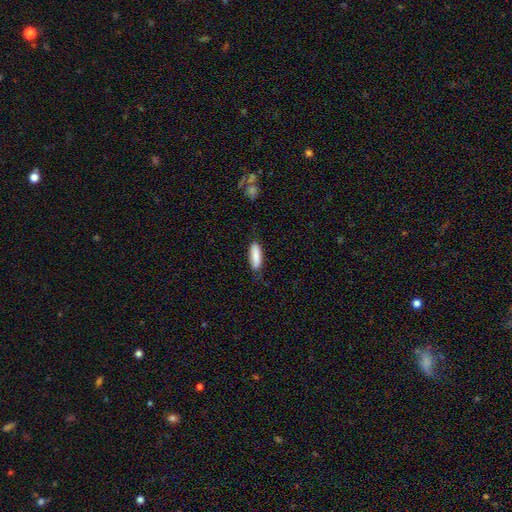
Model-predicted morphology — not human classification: Q: Smooth or featured?
A: smooth (85%); runner-up: featured or disk (10%)
Q: How rounded?
A: in between (53%); runner-up: cigar-shaped (46%)
Q: Merging?
A: none (76%); runner-up: minor disturbance (19%)